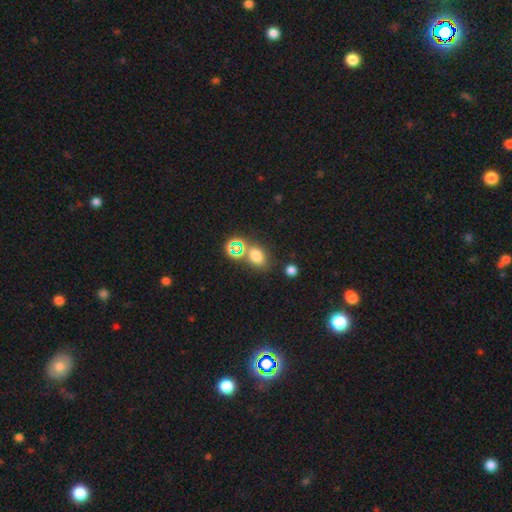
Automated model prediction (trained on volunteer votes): Smooth or featured? Predicted: smooth (p=0.67). How rounded? Predicted: in between (p=0.66). Merging? Predicted: none (p=0.68).